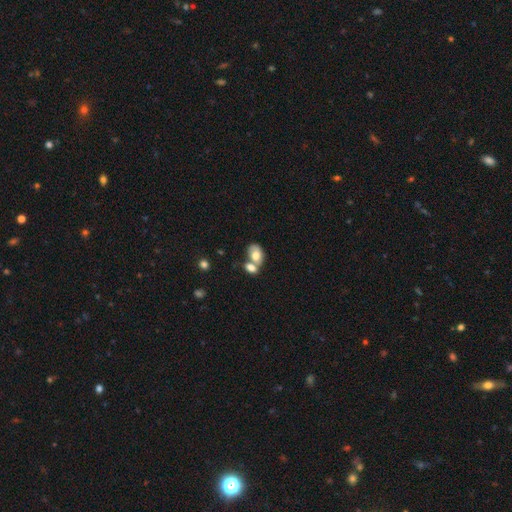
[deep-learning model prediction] Smooth or featured? Predicted: smooth (p=0.69). How rounded? Predicted: in between (p=0.82). Merging? Predicted: merger (p=0.59).